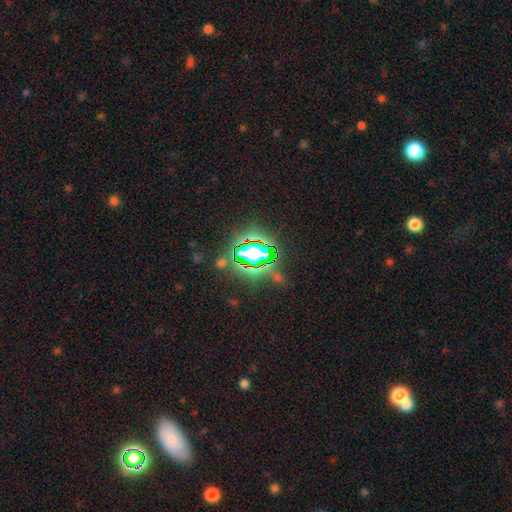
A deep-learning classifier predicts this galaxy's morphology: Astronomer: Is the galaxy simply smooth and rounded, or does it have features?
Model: star or artifact — 71%.